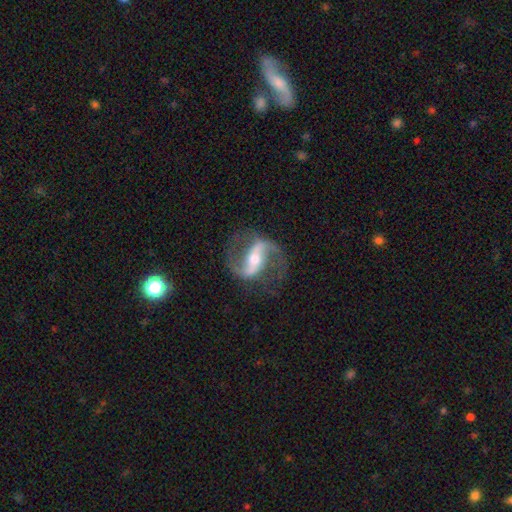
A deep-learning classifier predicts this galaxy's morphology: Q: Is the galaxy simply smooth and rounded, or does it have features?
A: featured or disk — 91%.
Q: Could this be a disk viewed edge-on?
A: no — 96%.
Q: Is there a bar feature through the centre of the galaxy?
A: strong — 60%.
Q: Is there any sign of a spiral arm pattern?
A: yes — 96%.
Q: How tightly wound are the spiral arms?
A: medium — 49%.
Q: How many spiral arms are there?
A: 2 — 93%.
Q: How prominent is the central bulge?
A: moderate — 52%.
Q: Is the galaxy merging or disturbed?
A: none — 81%.